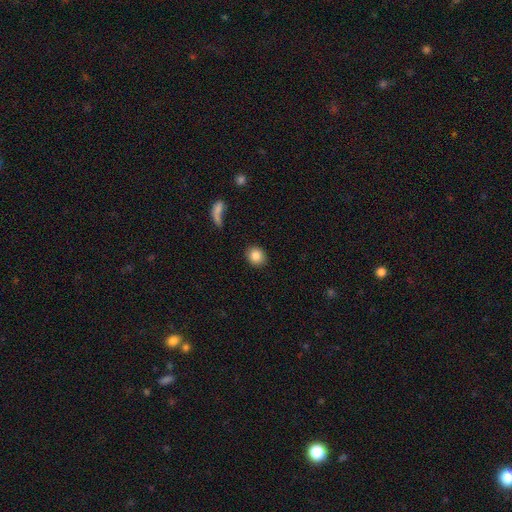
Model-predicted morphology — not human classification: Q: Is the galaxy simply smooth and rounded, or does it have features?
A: smooth — 84%.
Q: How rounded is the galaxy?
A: round — 78%.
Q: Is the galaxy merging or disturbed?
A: none — 89%.